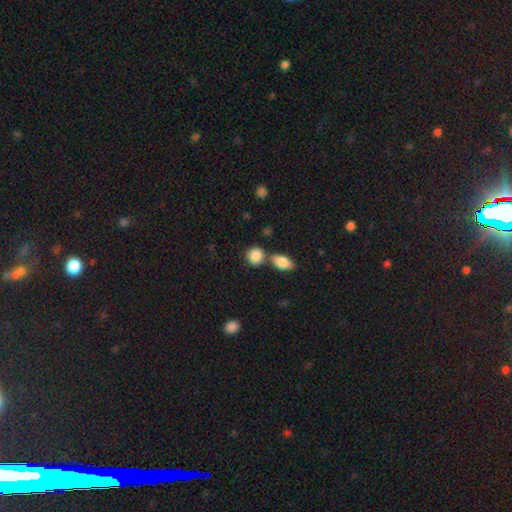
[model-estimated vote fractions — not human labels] Overall: smooth (87%). How rounded: round (72%). Merging: none (56%; merger 30%).